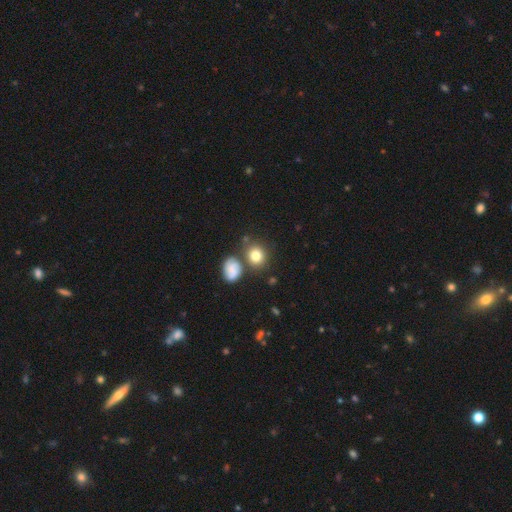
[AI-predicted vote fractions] This is likely a smooth galaxy (78%). How rounded: likely round (73%). Merging: likely none (67%).